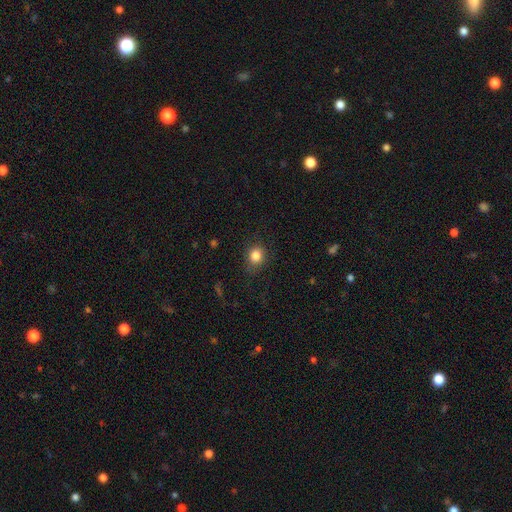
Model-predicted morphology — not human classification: A smooth galaxy with no disk features (84%) that is round (74%). Merging: none (82%).